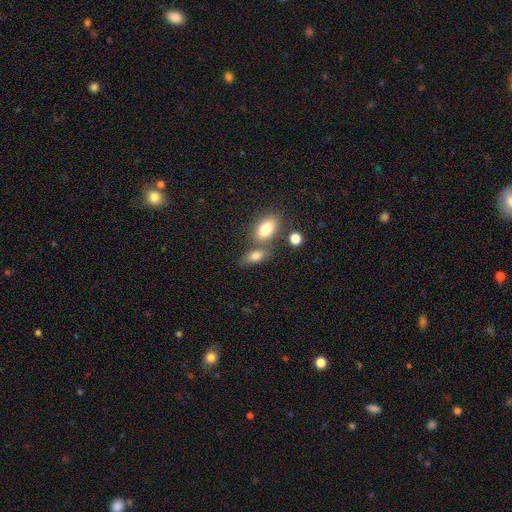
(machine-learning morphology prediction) smooth-or-featured: smooth: 79% | featured or disk: 11% | star or artifact: 10%
  how-rounded: in between: 83% | round: 12% | cigar-shaped: 4%
  merging: none: 51% | merger: 31% | minor disturbance: 13% | major disturbance: 5%